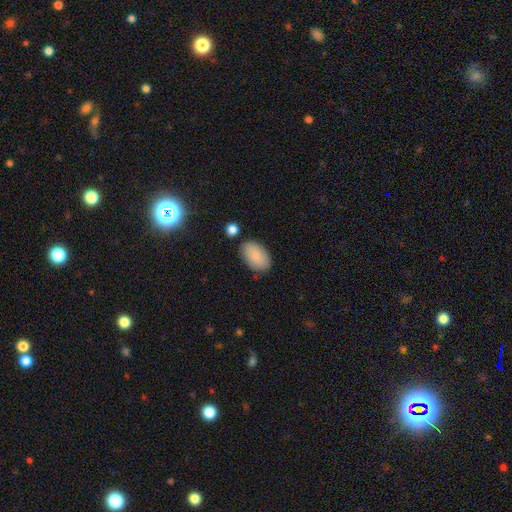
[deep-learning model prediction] This appears to be a smooth galaxy with no disk features (87%) that is in between round and cigar-shaped (94%). Merging: none (81%).